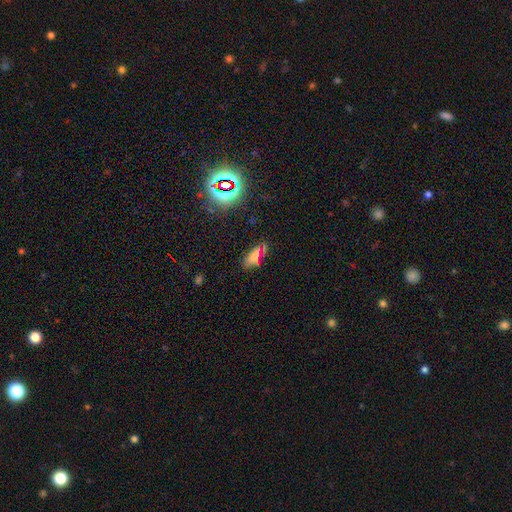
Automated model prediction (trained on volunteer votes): This appears to be a smooth galaxy with no disk features (67%) that is in between round and cigar-shaped (69%). Merging: none (71%).